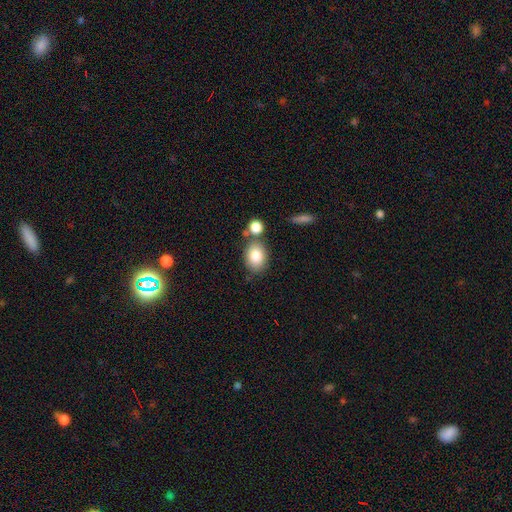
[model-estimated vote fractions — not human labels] smooth 82%, featured or disk 10%, star or artifact 8%. Down the decision tree: how rounded — in between (68%); merging — none (63%).